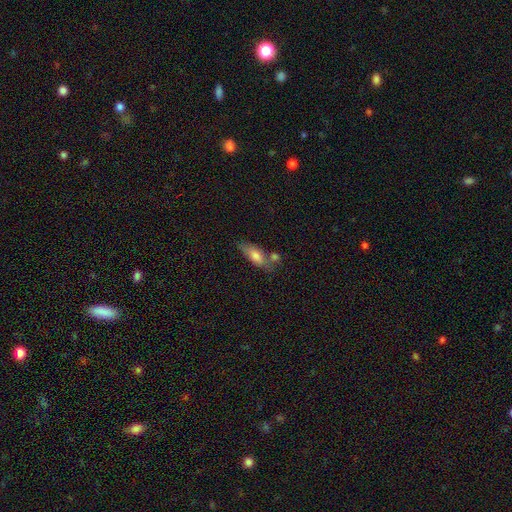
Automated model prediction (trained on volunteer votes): Smooth or featured?
  - smooth: 71% *
  - featured or disk: 21%
  - star or artifact: 8%
How rounded?
  - in between: 70% *
  - cigar-shaped: 26%
  - round: 4%
Merging?
  - none: 46% *
  - merger: 24%
  - minor disturbance: 22%
  - major disturbance: 8%